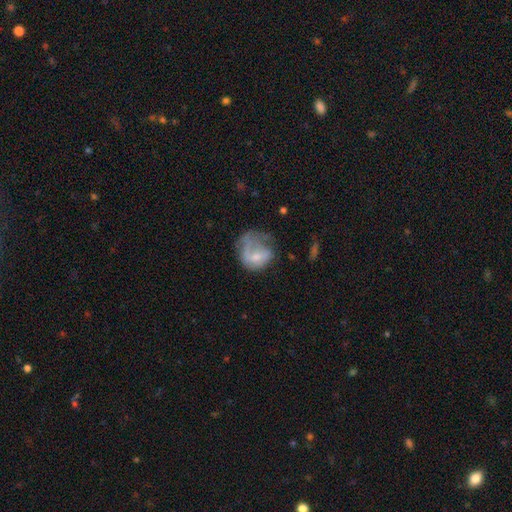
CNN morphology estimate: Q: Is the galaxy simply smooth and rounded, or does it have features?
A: smooth — 48%.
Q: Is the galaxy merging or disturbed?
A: major disturbance — 46%.